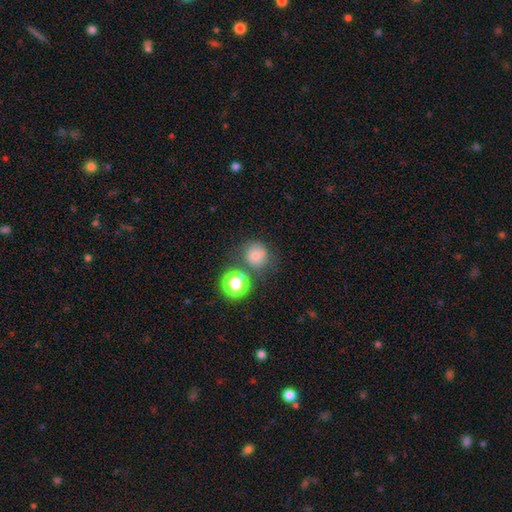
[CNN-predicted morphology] smooth 74%, star or artifact 17%, featured or disk 9%. Down the decision tree: how rounded — round (89%); merging — none (70%).